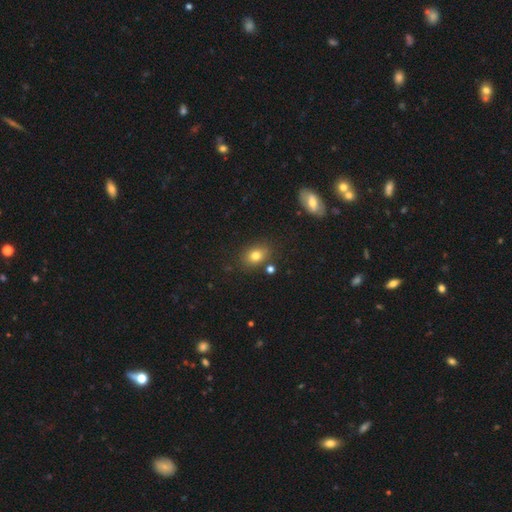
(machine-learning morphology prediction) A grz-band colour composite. It shows a smooth galaxy with no disk features (78%) that is in between round and cigar-shaped (62%). Merging: none (79%).